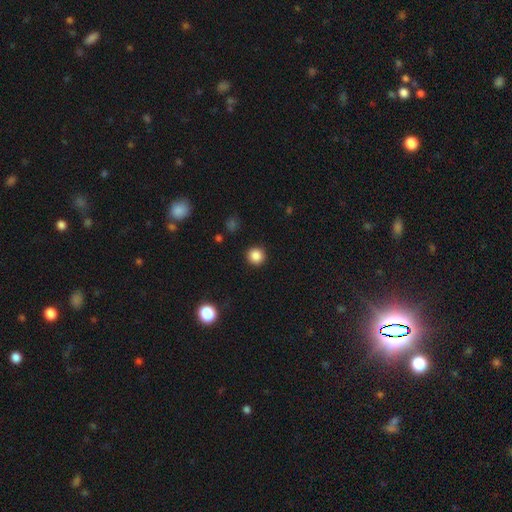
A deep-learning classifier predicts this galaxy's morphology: smooth_or_featured: smooth (p=0.86) [alt: star or artifact p=0.11]
how_rounded: round (p=0.94) [alt: in between p=0.05]
merging: none (p=0.92) [alt: minor disturbance p=0.05]